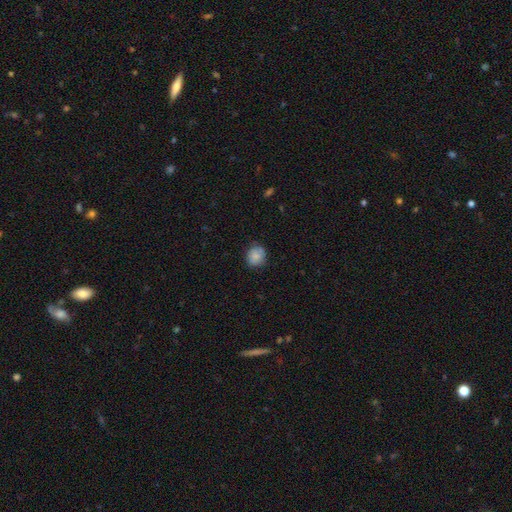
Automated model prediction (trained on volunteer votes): Morphology: type=smooth (84%); roundness=round (82%); merging=none (79%).